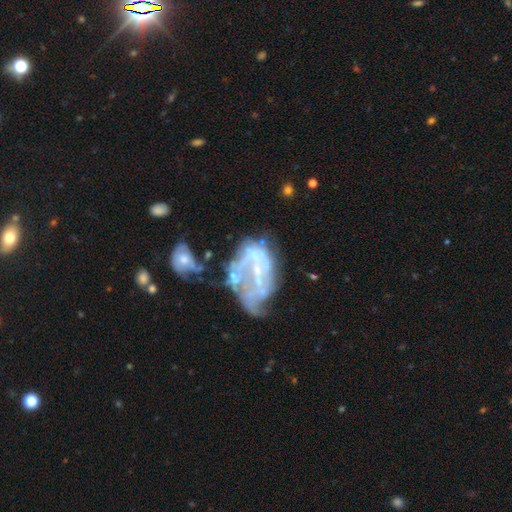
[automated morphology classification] A featured or disk galaxy (69%) with no bar (67%), no spiral arms (70%) and no central bulge (57%). Merging: major disturbance (37%).